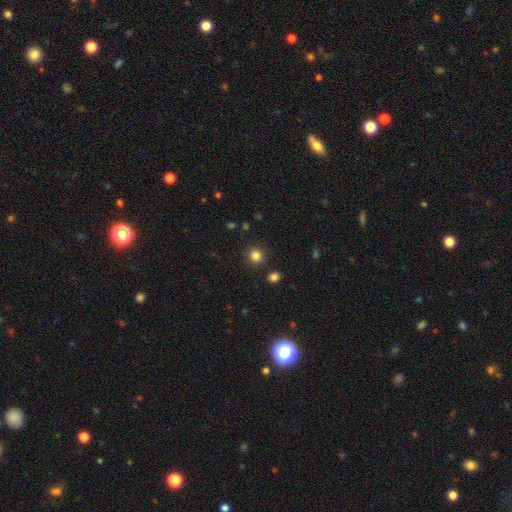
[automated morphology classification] Overall: smooth (83%). How rounded: round (92%). Merging: none (90%).